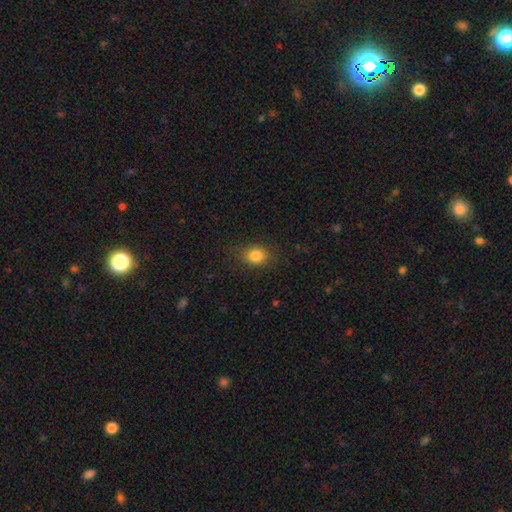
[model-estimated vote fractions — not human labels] smooth_or_featured: smooth (p=0.85) [alt: star or artifact p=0.10]
how_rounded: in between (p=0.51) [alt: round p=0.48]
merging: none (p=0.83) [alt: minor disturbance p=0.12]